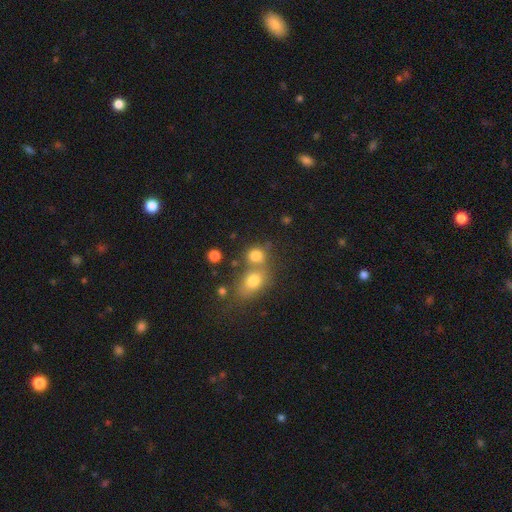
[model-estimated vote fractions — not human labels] The model was most divided on "merging": none: 44%, merger: 42%, minor disturbance: 9%, major disturbance: 5%. More confident: smooth or featured — smooth (78%); how rounded — round (63%).